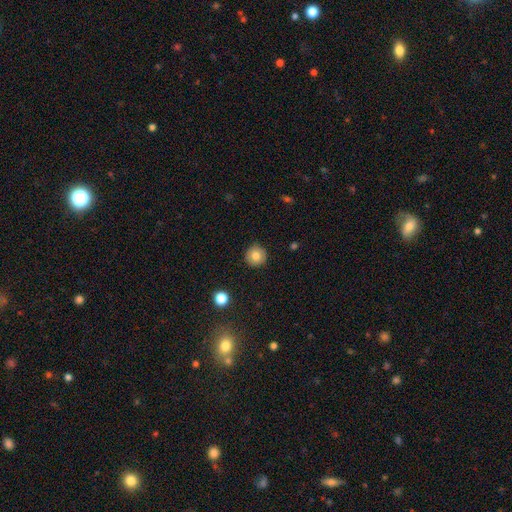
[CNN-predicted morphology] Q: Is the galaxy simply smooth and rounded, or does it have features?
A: smooth — 80%.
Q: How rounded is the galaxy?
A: round — 95%.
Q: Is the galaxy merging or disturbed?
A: none — 90%.